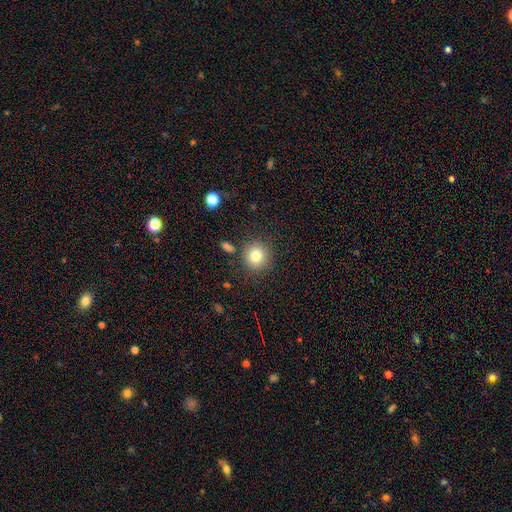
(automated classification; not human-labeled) Q: Smooth or featured?
A: smooth (82%); runner-up: star or artifact (11%)
Q: How rounded?
A: round (88%); runner-up: in between (11%)
Q: Merging?
A: none (84%); runner-up: minor disturbance (9%)